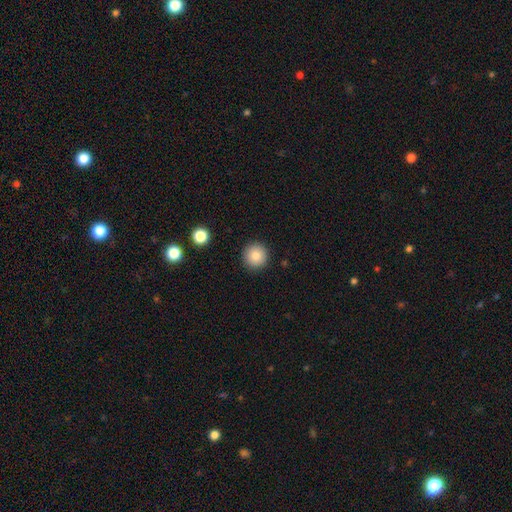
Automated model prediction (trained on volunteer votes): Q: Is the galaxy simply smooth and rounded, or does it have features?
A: smooth — 84%.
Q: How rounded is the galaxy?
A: round — 95%.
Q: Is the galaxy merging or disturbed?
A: none — 92%.